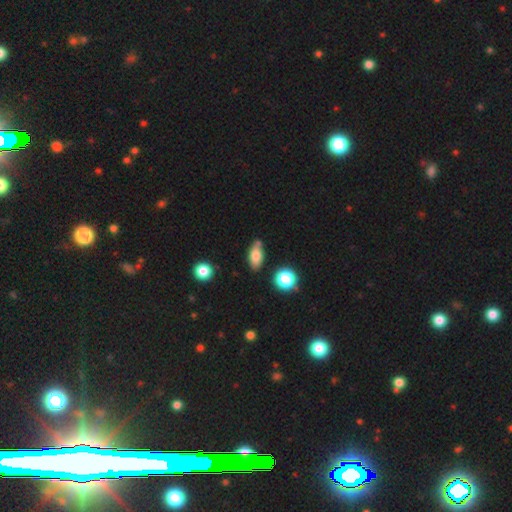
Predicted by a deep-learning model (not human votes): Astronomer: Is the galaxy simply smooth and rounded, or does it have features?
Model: smooth — 76%.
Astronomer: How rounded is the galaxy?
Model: in between — 81%.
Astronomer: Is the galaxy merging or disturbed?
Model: none — 71%.